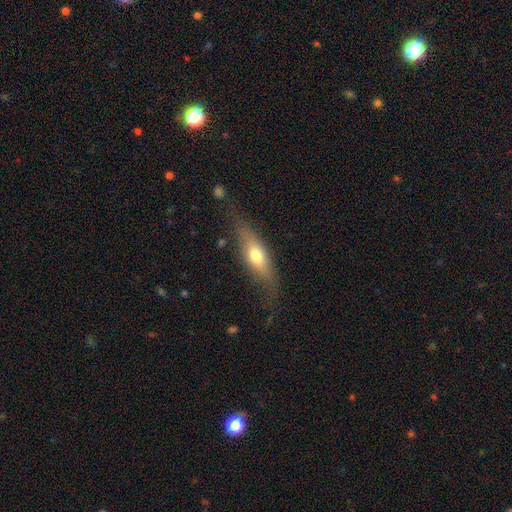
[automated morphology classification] Smooth or featured? smooth (58%)
How rounded? in between (55%)
Merging? none (67%)